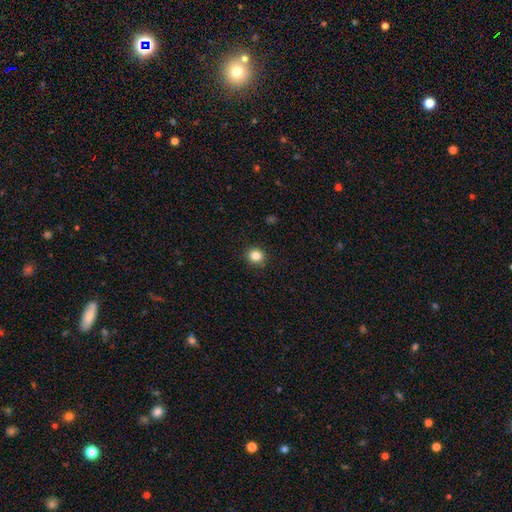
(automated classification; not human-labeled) A smooth galaxy with no disk features (84%) that is round (88%).

Vote fractions:
- Smooth or featured? smooth: 84% / star or artifact: 11% / featured or disk: 5%
- How rounded? round: 88% / in between: 11% / cigar-shaped: 1%
- Merging? none: 91% / minor disturbance: 6% / major disturbance: 2% / merger: 1%